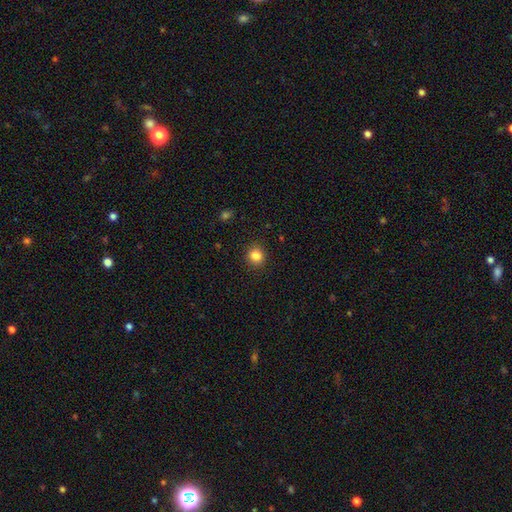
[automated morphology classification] smooth_or_featured: smooth (p=0.84) [alt: star or artifact p=0.11]
how_rounded: round (p=0.85) [alt: in between p=0.14]
merging: none (p=0.91) [alt: minor disturbance p=0.06]